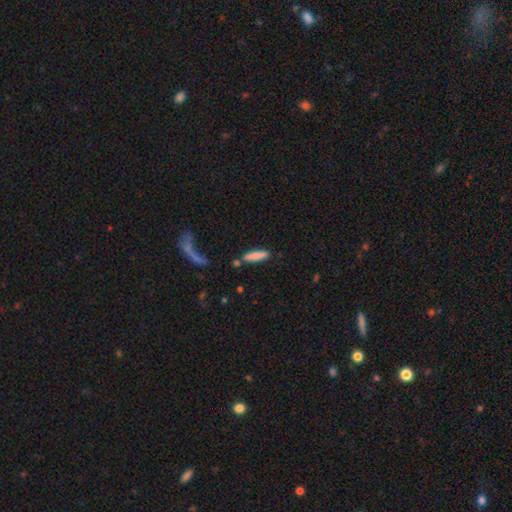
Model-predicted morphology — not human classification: smooth-or-featured: smooth: 82% | featured or disk: 11% | star or artifact: 7%
  how-rounded: cigar-shaped: 78% | in between: 20% | round: 2%
  merging: none: 77% | minor disturbance: 11% | merger: 8% | major disturbance: 4%